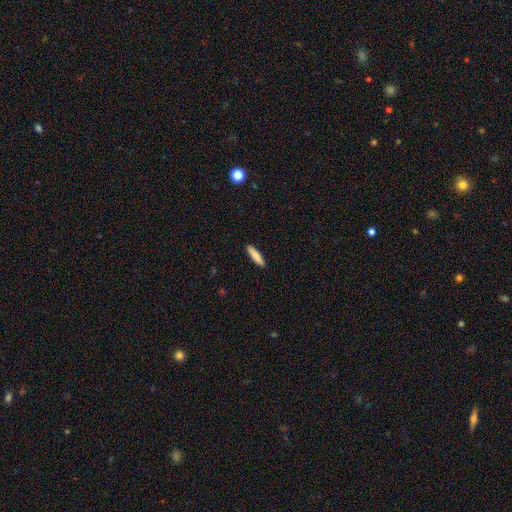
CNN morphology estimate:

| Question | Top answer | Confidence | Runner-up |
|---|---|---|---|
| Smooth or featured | smooth | 81% | featured or disk (13%) |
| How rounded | cigar-shaped | 80% | in between (19%) |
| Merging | none | 91% | minor disturbance (6%) |